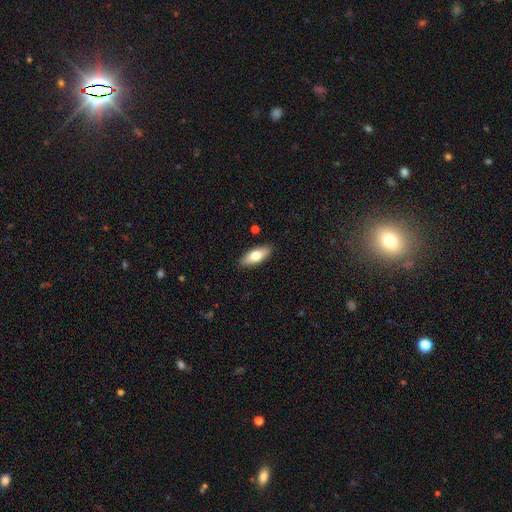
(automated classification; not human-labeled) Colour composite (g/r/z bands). It shows a smooth galaxy with no disk features (73%) that is in between round and cigar-shaped (78%). Merging: none (88%).